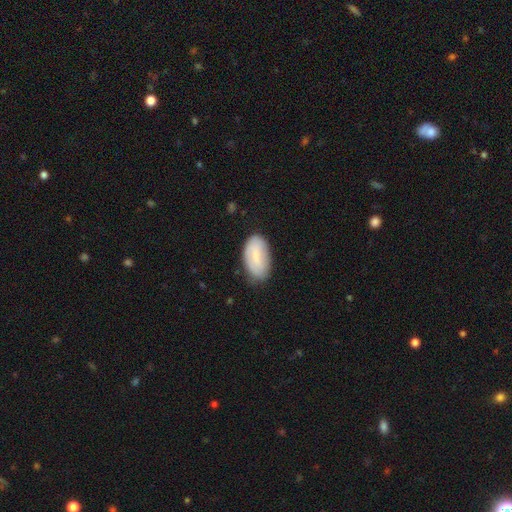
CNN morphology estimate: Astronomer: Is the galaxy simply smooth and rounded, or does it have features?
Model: smooth — 74%.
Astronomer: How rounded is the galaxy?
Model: in between — 95%.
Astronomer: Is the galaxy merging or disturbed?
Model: none — 74%.